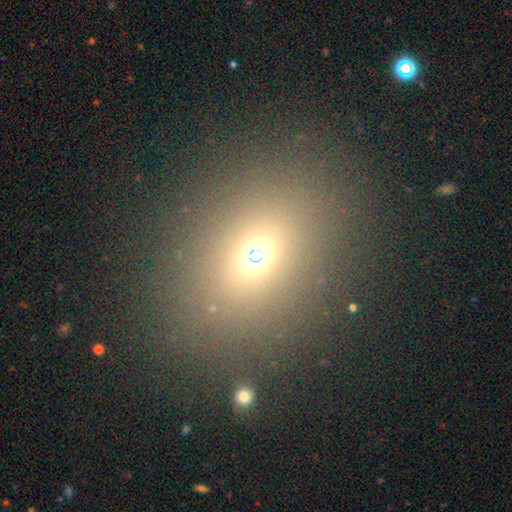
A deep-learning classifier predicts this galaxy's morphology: Smooth or featured?
  - smooth: 65% *
  - star or artifact: 22%
  - featured or disk: 13%
How rounded?
  - in between: 60% *
  - round: 38%
  - cigar-shaped: 2%
Merging?
  - none: 84% *
  - minor disturbance: 8%
  - major disturbance: 5%
  - merger: 3%